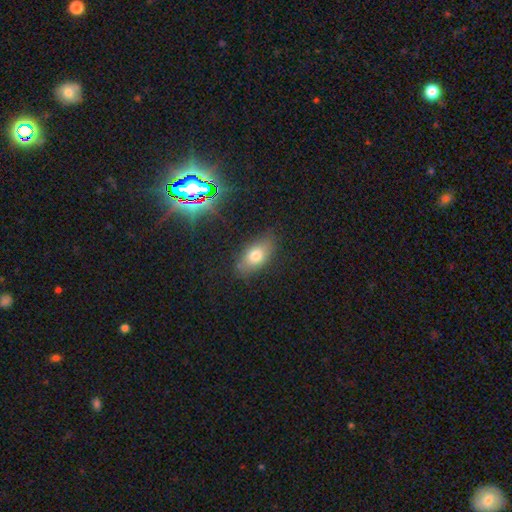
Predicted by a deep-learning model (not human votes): Overall: smooth (73%). How rounded: in between (87%). Merging: none (79%).